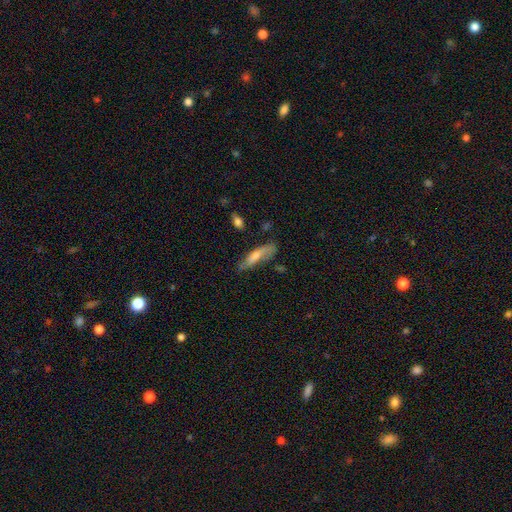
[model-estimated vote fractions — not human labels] Smooth or featured? Predicted: smooth (p=0.55). How rounded? Predicted: cigar-shaped (p=0.72). Merging? Predicted: none (p=0.60).